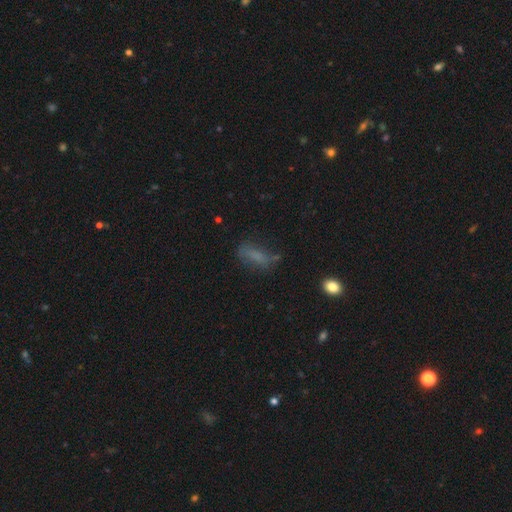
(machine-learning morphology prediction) smooth 65%, featured or disk 20%, star or artifact 15%. Down the decision tree: how rounded — in between (51%); merging — none (56%).